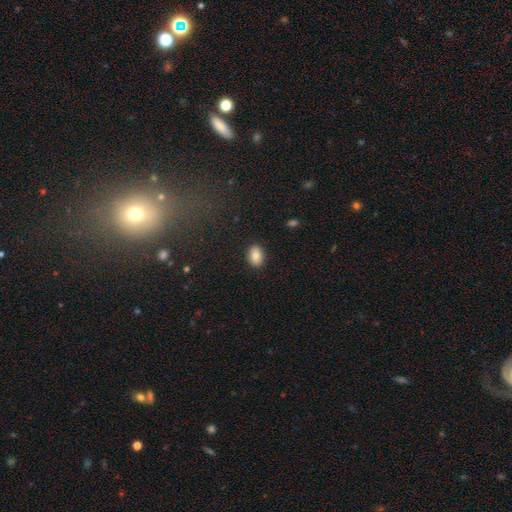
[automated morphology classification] Smooth or featured: smooth — 85% (star or artifact — 8%)
How rounded: in between — 79% (round — 20%)
Merging: none — 89% (minor disturbance — 8%)